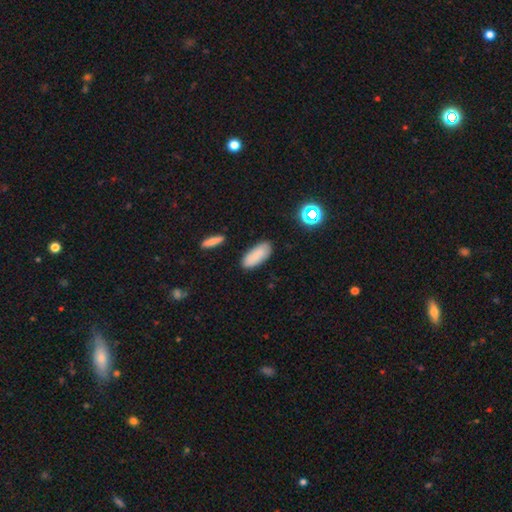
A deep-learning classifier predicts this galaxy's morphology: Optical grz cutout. It shows a smooth galaxy with no disk features (83%) that is in between round and cigar-shaped (84%). Merging: none (84%).